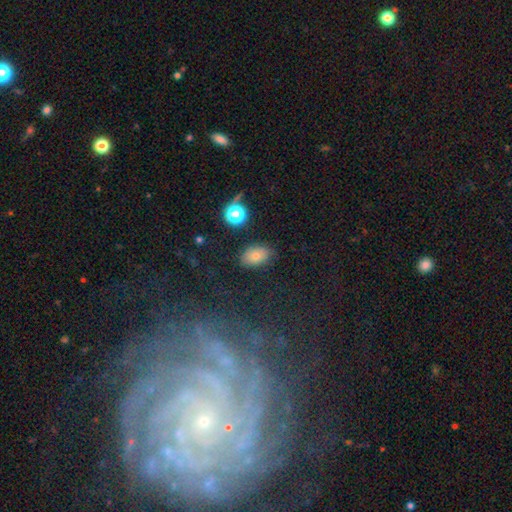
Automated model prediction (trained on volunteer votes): Morphology: type=smooth (75%); roundness=in between (88%); merging=none (81%).